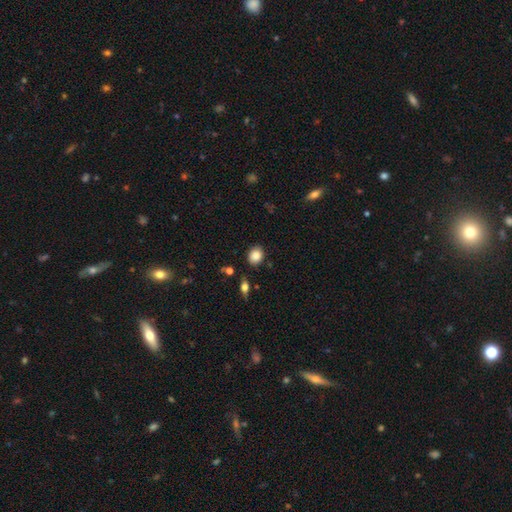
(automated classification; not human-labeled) A smooth galaxy with no disk features (86%) that is round (53%).

Vote fractions:
- Smooth or featured? smooth: 86% / star or artifact: 8% / featured or disk: 5%
- How rounded? round: 53% / in between: 46% / cigar-shaped: 1%
- Merging? none: 84% / minor disturbance: 11% / major disturbance: 3% / merger: 2%